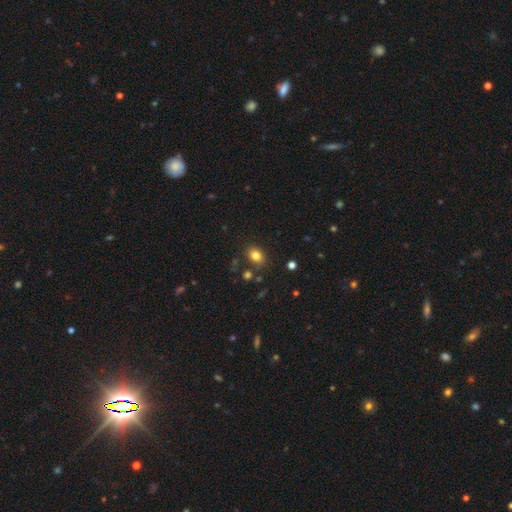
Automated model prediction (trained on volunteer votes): Overall: smooth (81%). How rounded: in between (67%; round 32%). Merging: none (80%).